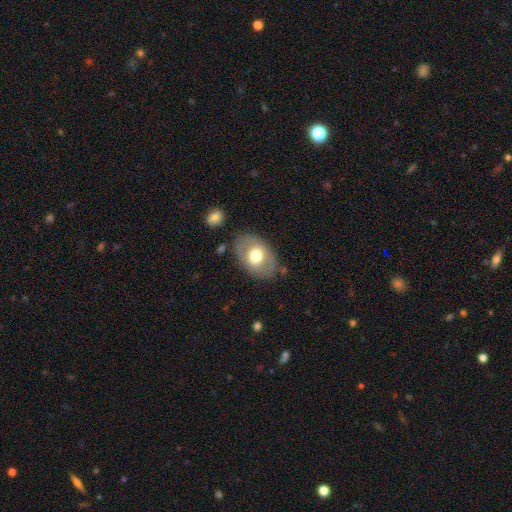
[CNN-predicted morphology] type=smooth (57%); roundness=in between (83%); merging=none (78%).